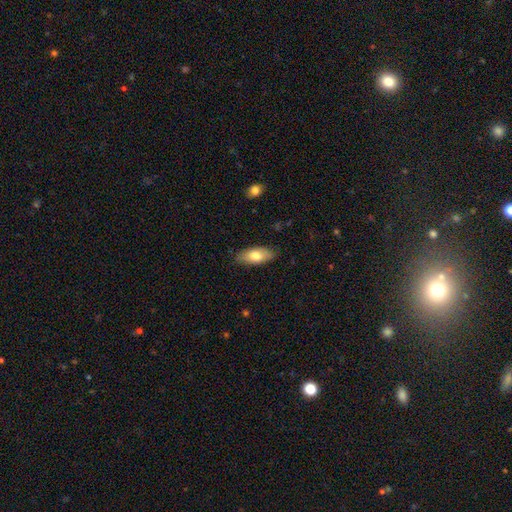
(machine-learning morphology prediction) Smooth or featured? Predicted: smooth (p=0.76). How rounded? Predicted: in between (p=0.84). Merging? Predicted: none (p=0.85).